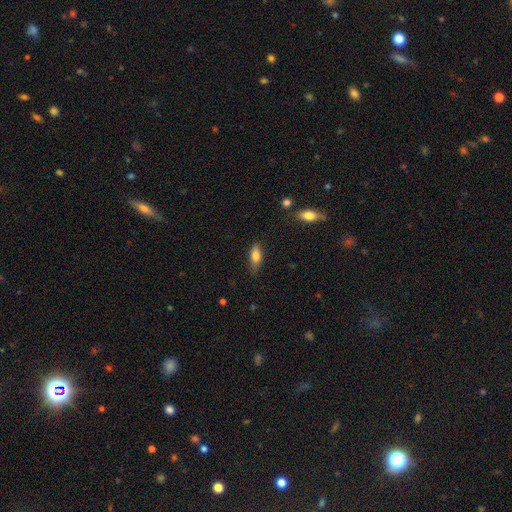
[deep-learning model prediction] Morphology: type=smooth (76%); roundness=in between (75%); merging=none (79%).